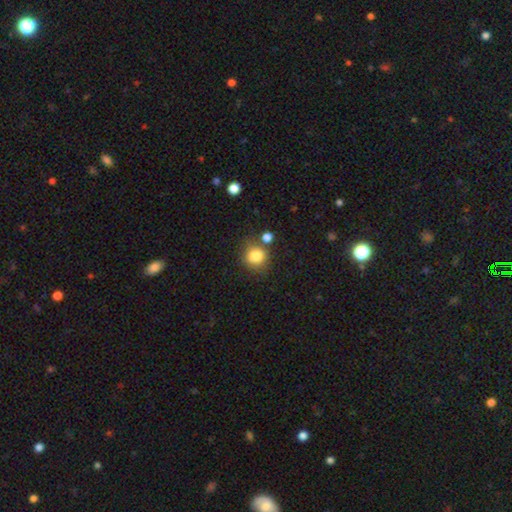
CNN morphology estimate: Smooth or featured: smooth — 83% (star or artifact — 11%)
How rounded: round — 86% (in between — 14%)
Merging: none — 72% (merger — 12%)